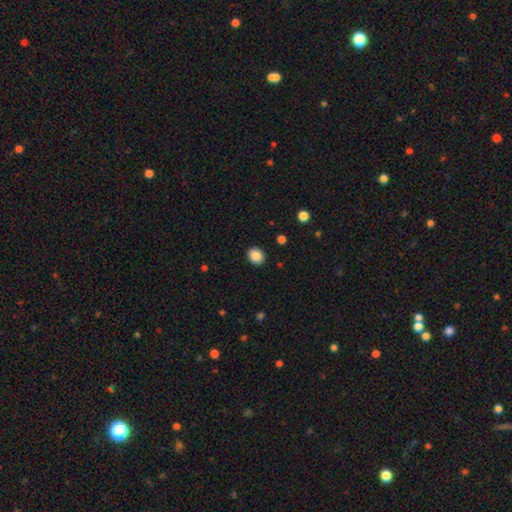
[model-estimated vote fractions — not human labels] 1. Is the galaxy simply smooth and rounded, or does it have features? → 87% smooth, 9% star or artifact, 4% featured or disk.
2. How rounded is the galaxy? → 69% round, 31% in between, 1% cigar-shaped.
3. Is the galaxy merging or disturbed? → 91% none, 6% minor disturbance, 2% major disturbance, 1% merger.